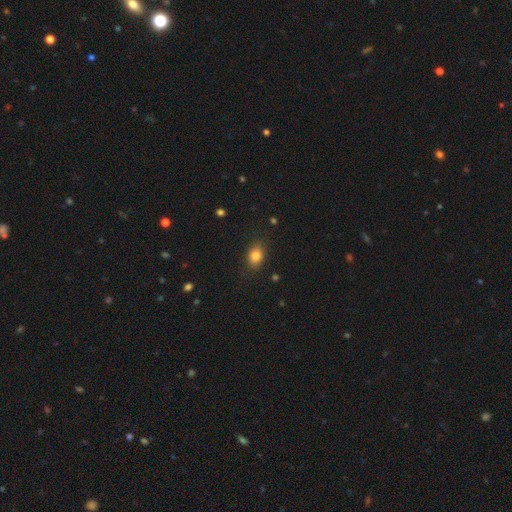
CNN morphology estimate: Overall: smooth (82%). How rounded: in between (67%; round 31%). Merging: none (83%).